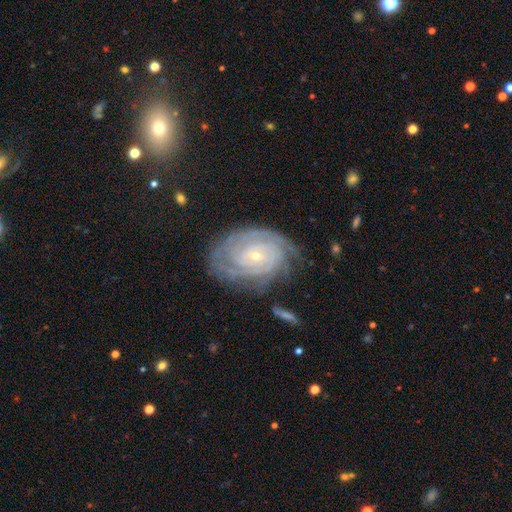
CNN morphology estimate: Smooth or featured? Predicted: featured or disk (p=0.88). Edge-on disk? Predicted: no (p=0.97). Bar? Predicted: no (p=0.69). Spiral arms? Predicted: yes (p=0.97). Spiral winding? Predicted: tight (p=0.81). Spiral arm count? Predicted: can't tell (p=0.27). Bulge size? Predicted: small (p=0.81). Merging? Predicted: none (p=0.70).